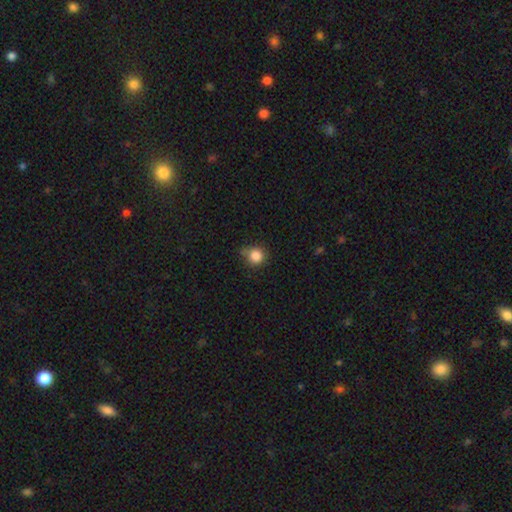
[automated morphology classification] This appears to be a smooth galaxy with no disk features (84%) that is round (89%). Merging: none (64%).